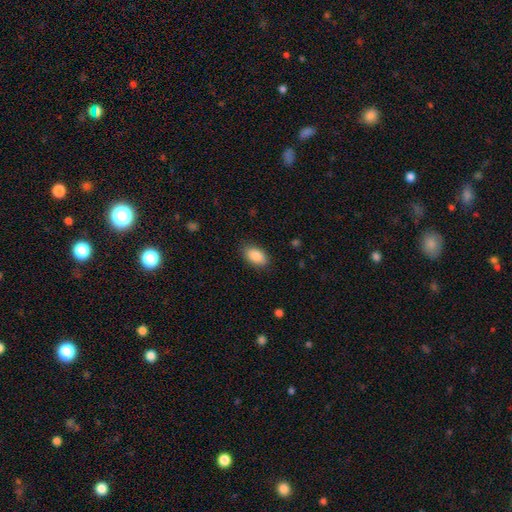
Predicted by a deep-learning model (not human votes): A smooth galaxy with no disk features (86%) that is in between round and cigar-shaped (92%).

Vote fractions:
- Smooth or featured? smooth: 86% / star or artifact: 7% / featured or disk: 7%
- How rounded? in between: 92% / round: 6% / cigar-shaped: 2%
- Merging? none: 86% / minor disturbance: 11% / major disturbance: 3% / merger: 1%